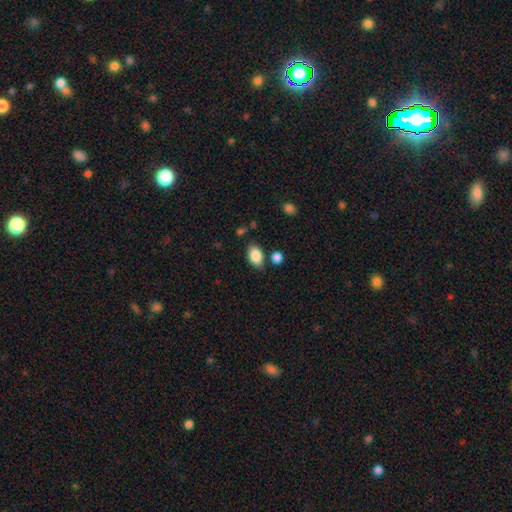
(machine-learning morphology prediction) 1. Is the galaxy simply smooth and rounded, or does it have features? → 87% smooth, 8% star or artifact, 6% featured or disk.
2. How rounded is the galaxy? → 87% in between, 11% round, 1% cigar-shaped.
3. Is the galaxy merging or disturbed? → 76% none, 14% minor disturbance, 6% merger, 4% major disturbance.